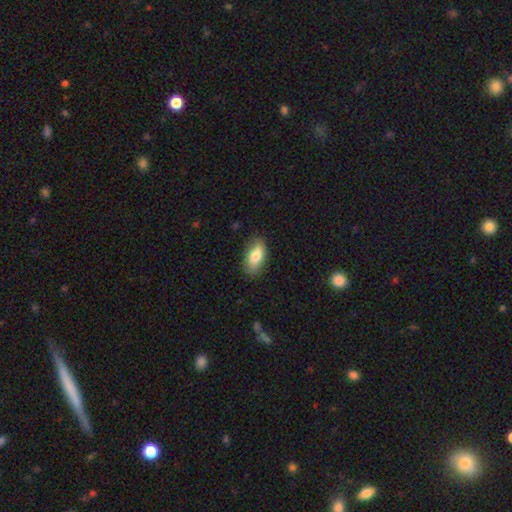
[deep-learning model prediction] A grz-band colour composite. It shows a smooth galaxy with no disk features (75%) that is in between round and cigar-shaped (88%). Merging: none (83%).